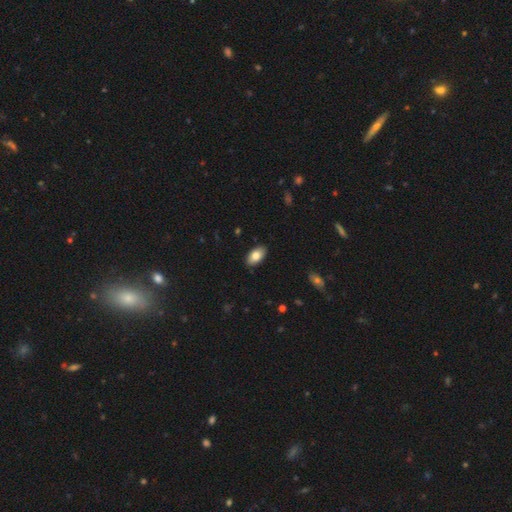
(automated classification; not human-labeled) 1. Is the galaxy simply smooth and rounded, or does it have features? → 81% smooth, 12% featured or disk, 7% star or artifact.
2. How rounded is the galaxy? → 94% in between, 3% round, 2% cigar-shaped.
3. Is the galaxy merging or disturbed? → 89% none, 9% minor disturbance, 2% major disturbance, 1% merger.